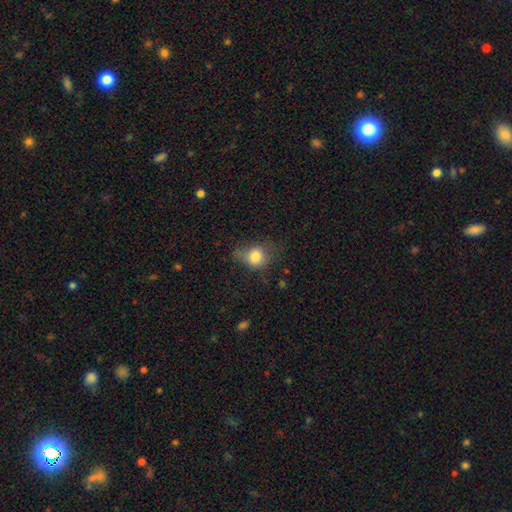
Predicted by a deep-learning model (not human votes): smooth_or_featured: smooth (p=0.79) [alt: featured or disk p=0.11]
how_rounded: round (p=0.59) [alt: in between p=0.40]
merging: none (p=0.47) [alt: minor disturbance p=0.33]